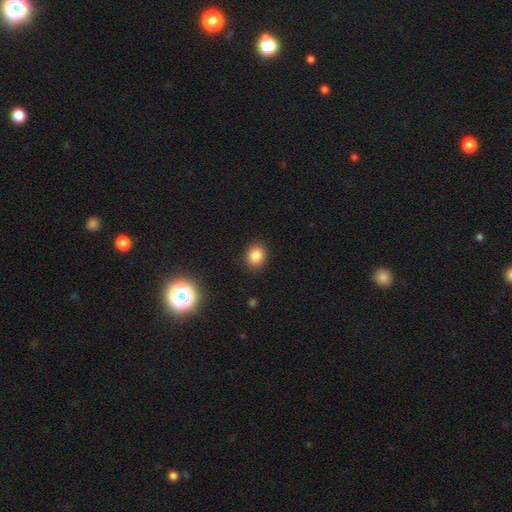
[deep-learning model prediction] Q: Smooth or featured?
A: smooth (83%); runner-up: star or artifact (11%)
Q: How rounded?
A: round (61%); runner-up: in between (38%)
Q: Merging?
A: none (88%); runner-up: minor disturbance (8%)